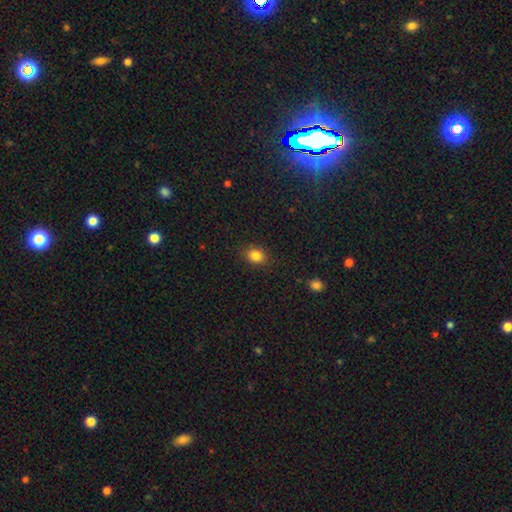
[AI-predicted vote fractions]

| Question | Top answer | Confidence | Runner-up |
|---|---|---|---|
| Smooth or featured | smooth | 84% | star or artifact (11%) |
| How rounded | in between | 58% | round (41%) |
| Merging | none | 87% | minor disturbance (9%) |